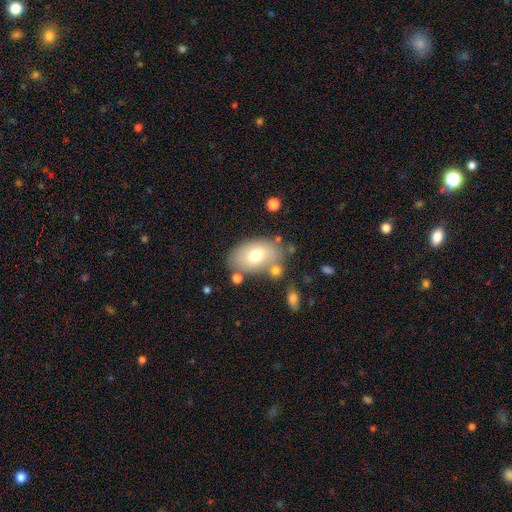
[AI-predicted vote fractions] Q: Smooth or featured?
A: smooth (67%); runner-up: featured or disk (24%)
Q: How rounded?
A: in between (86%); runner-up: round (13%)
Q: Merging?
A: none (66%); runner-up: minor disturbance (17%)